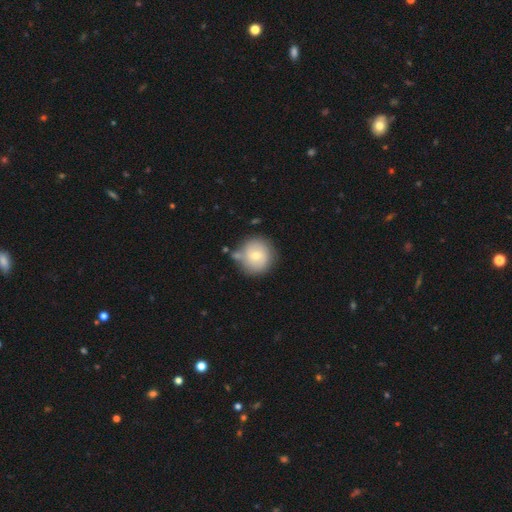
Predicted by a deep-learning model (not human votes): Smooth or featured? smooth (66%)
How rounded? round (92%)
Merging? none (67%)